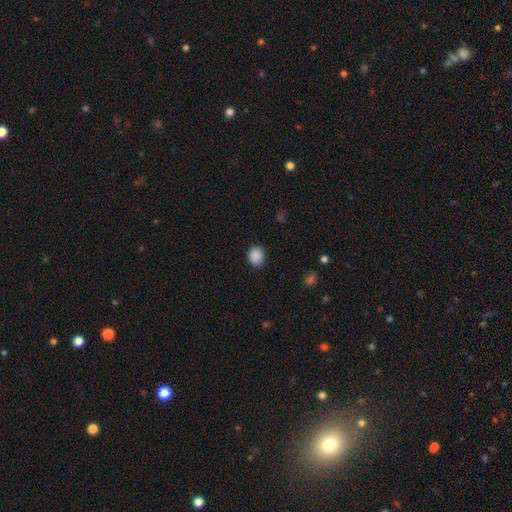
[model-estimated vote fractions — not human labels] Overall: smooth (89%). How rounded: round (75%). Merging: none (88%).